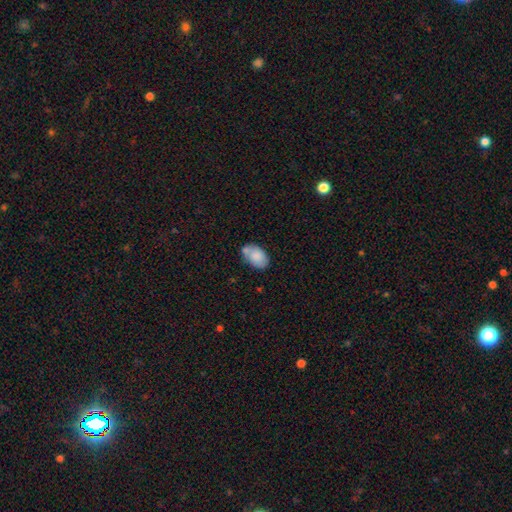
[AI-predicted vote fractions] Morphology: type=smooth (83%); roundness=in between (90%); merging=none (57%).